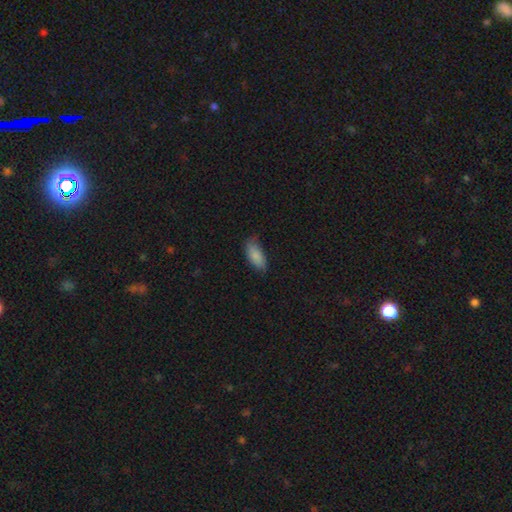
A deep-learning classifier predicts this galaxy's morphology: Smooth or featured?
  - smooth: 85% *
  - featured or disk: 8%
  - star or artifact: 6%
How rounded?
  - in between: 88% *
  - cigar-shaped: 10%
  - round: 2%
Merging?
  - none: 69% *
  - minor disturbance: 25%
  - major disturbance: 5%
  - merger: 1%